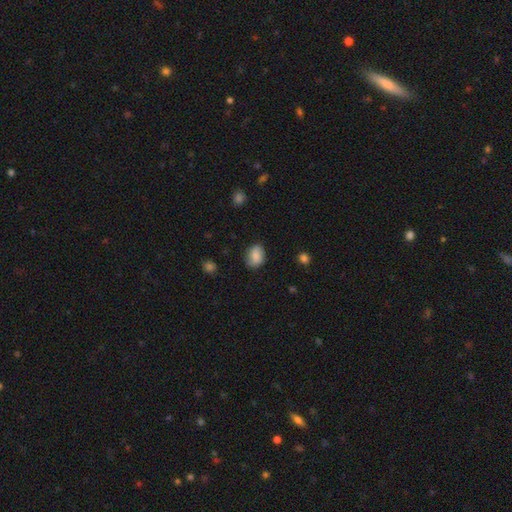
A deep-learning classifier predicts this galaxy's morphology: smooth 85%, star or artifact 8%, featured or disk 8%. Down the decision tree: how rounded — in between (72%); merging — none (76%).